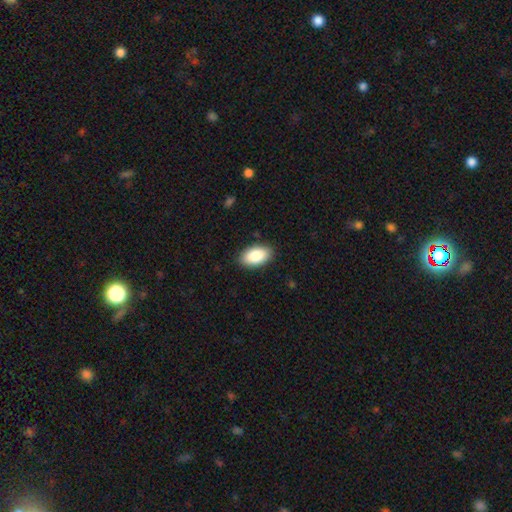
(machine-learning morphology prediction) Q: Smooth or featured?
A: smooth (88%); runner-up: star or artifact (6%)
Q: How rounded?
A: in between (95%); runner-up: round (4%)
Q: Merging?
A: none (88%); runner-up: minor disturbance (9%)